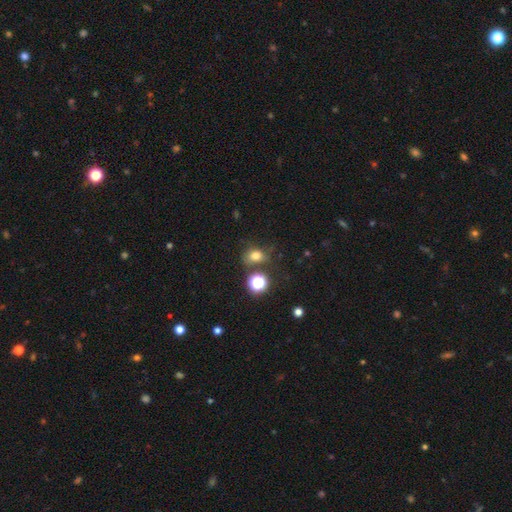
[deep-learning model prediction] Smooth or featured: smooth — 72% (star or artifact — 19%)
How rounded: round — 52% (in between — 47%)
Merging: none — 63% (minor disturbance — 18%)